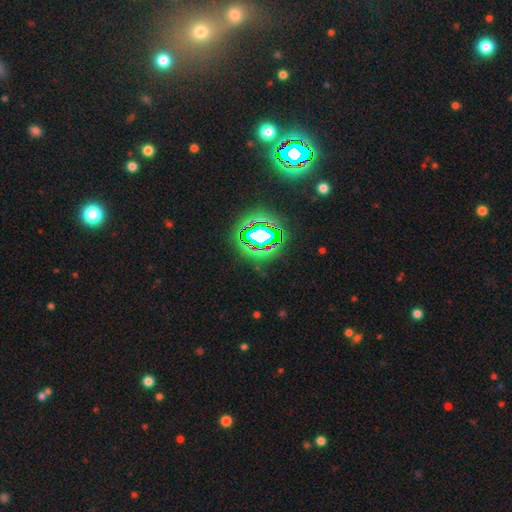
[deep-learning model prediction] Q: Smooth or featured?
A: star or artifact (80%); runner-up: smooth (12%)